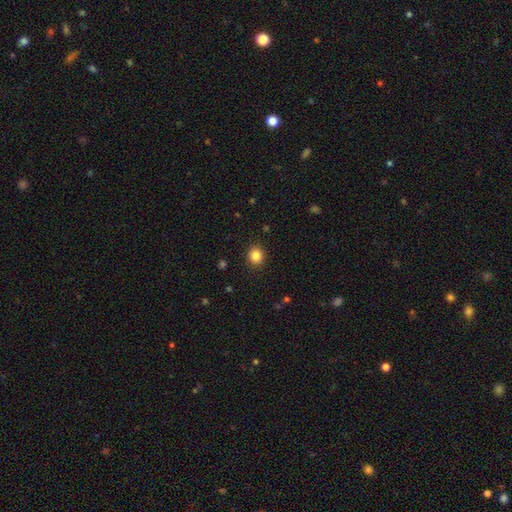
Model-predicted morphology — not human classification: type=smooth (84%); roundness=round (85%); merging=none (91%).